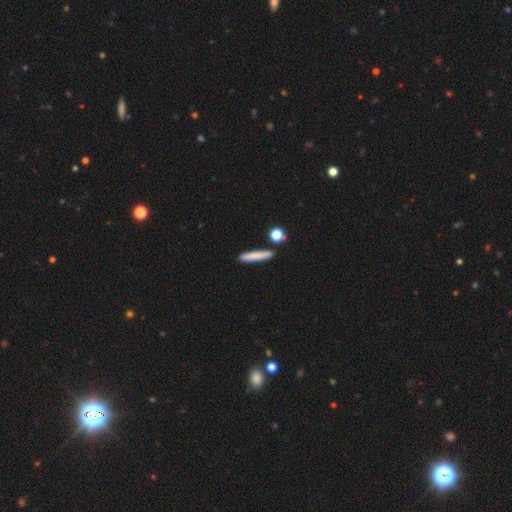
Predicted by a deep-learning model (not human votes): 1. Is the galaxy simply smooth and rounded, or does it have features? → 78% smooth, 14% featured or disk, 8% star or artifact.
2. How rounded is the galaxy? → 88% cigar-shaped, 8% in between, 4% round.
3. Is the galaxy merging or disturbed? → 84% none, 9% minor disturbance, 5% merger, 2% major disturbance.